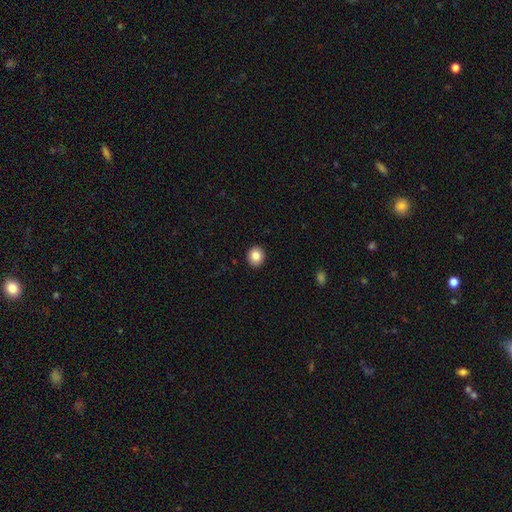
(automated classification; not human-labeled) Overall: smooth (85%). How rounded: round (71%). Merging: none (92%).